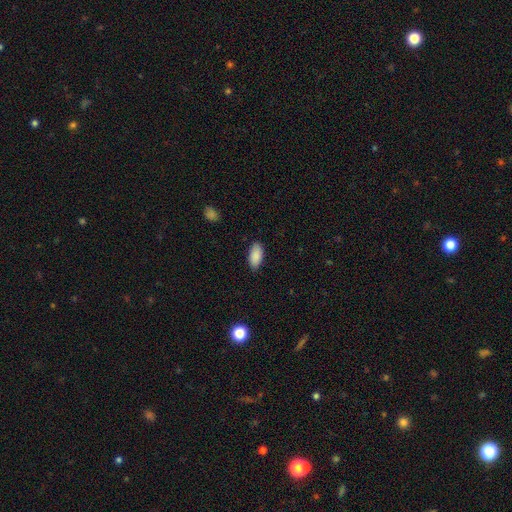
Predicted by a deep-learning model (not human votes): smooth_or_featured: smooth (p=0.89) [alt: star or artifact p=0.07]
how_rounded: in between (p=0.92) [alt: cigar-shaped p=0.06]
merging: none (p=0.86) [alt: minor disturbance p=0.10]